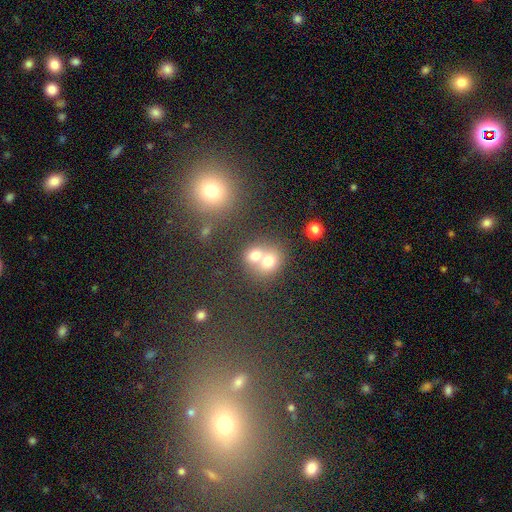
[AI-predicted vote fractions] smooth 69%, featured or disk 17%, star or artifact 14%. Down the decision tree: how rounded — round (70%); merging — merger (65%).